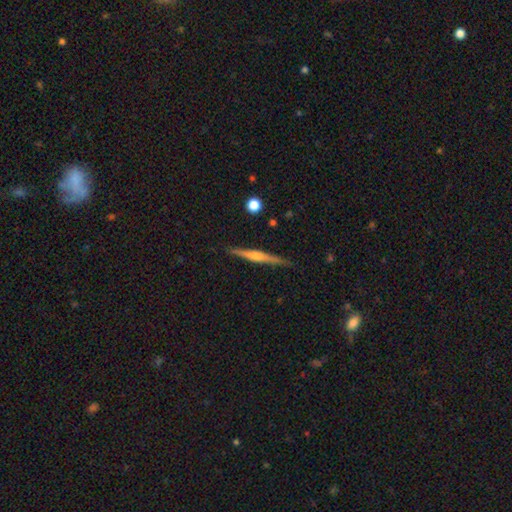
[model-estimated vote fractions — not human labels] Smooth or featured? featured or disk (71%)
Edge-on disk? yes (98%)
Edge-on bulge? rounded (68%)
Merging? none (90%)